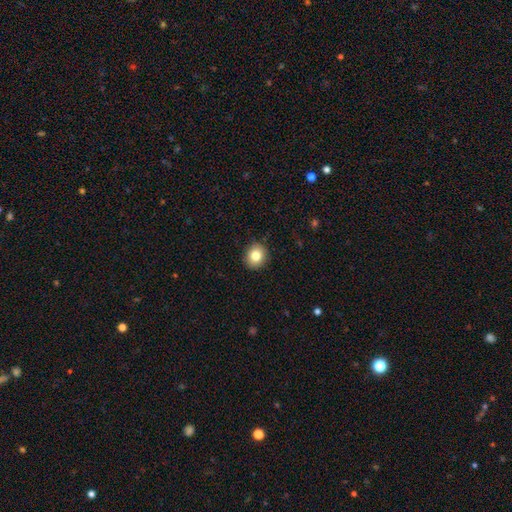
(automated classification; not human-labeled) smooth 81%, star or artifact 10%, featured or disk 9%. Down the decision tree: how rounded — round (82%); merging — none (90%).